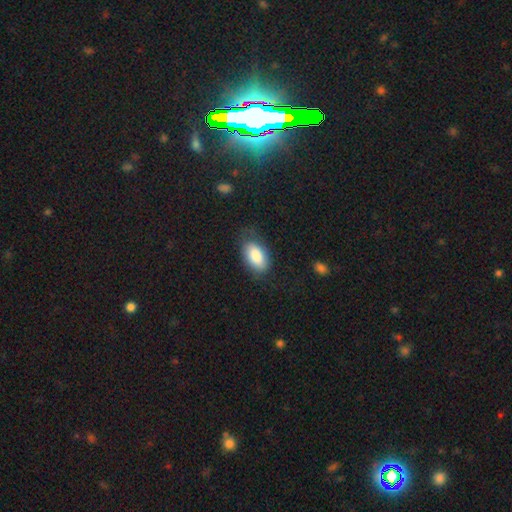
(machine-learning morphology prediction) Smooth or featured? smooth (84%)
How rounded? in between (94%)
Merging? none (69%)